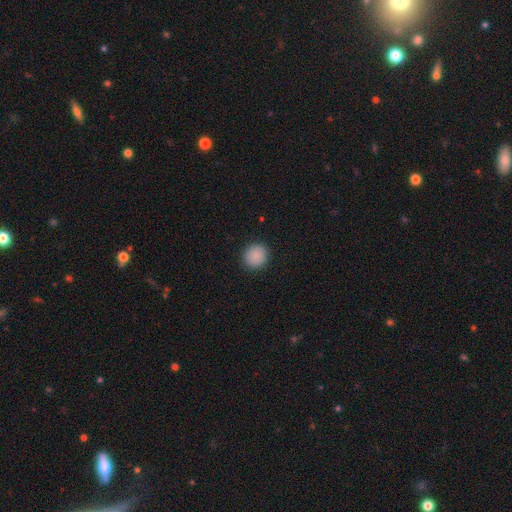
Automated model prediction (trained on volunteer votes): Q: Smooth or featured?
A: smooth (88%); runner-up: star or artifact (8%)
Q: How rounded?
A: round (88%); runner-up: in between (11%)
Q: Merging?
A: none (91%); runner-up: minor disturbance (6%)